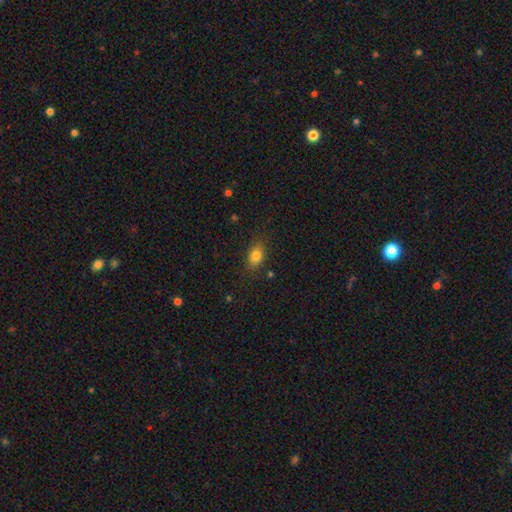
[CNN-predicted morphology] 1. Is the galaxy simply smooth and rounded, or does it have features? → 81% smooth, 11% star or artifact, 8% featured or disk.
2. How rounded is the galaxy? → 76% in between, 21% round, 2% cigar-shaped.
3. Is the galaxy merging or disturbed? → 83% none, 12% minor disturbance, 3% major disturbance, 2% merger.